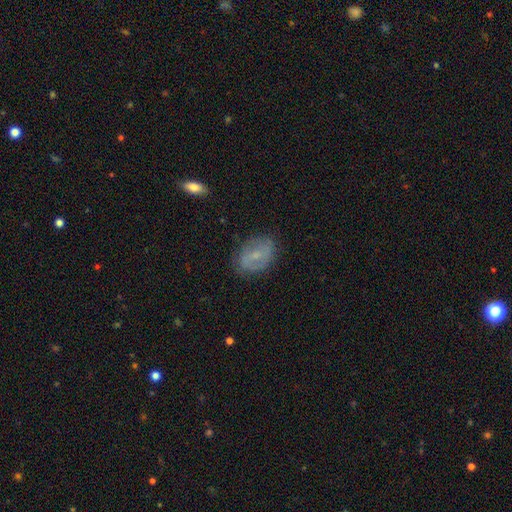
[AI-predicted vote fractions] featured or disk 53%, smooth 39%, star or artifact 9%. Down the decision tree: edge-on disk — no (95%); merging — none (77%).